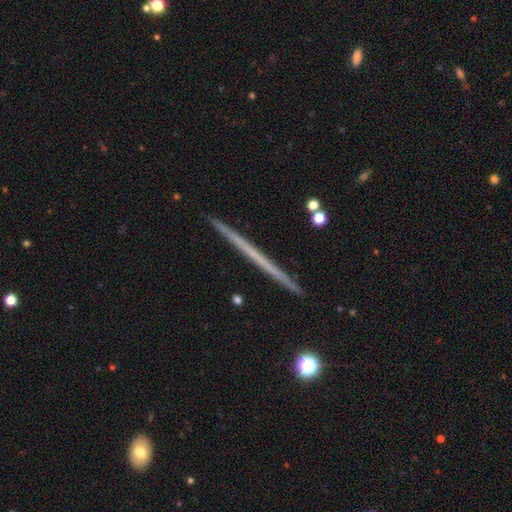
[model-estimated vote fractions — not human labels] Q: Smooth or featured?
A: featured or disk (64%); runner-up: smooth (30%)
Q: Edge-on disk?
A: yes (98%); runner-up: no (2%)
Q: Edge-on bulge?
A: none (89%); runner-up: rounded (8%)
Q: Merging?
A: none (93%); runner-up: minor disturbance (5%)